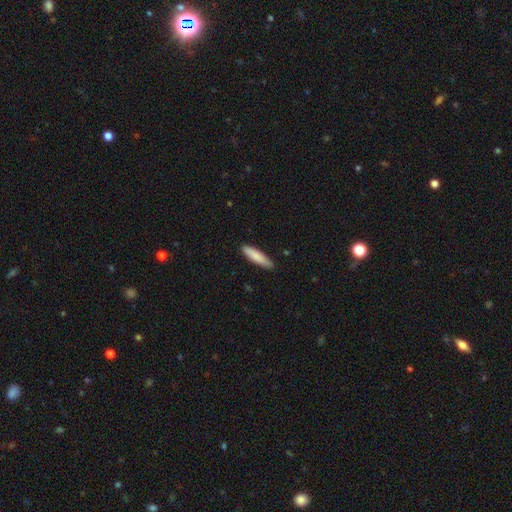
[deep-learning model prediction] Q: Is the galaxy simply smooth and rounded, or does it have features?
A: smooth — 84%.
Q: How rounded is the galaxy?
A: cigar-shaped — 77%.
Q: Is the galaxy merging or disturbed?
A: none — 86%.